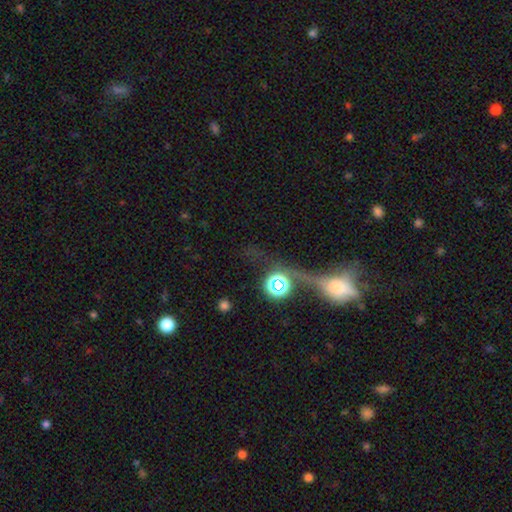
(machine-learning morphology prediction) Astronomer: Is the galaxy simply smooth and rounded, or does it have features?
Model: smooth — 35% (runner-up: star or artifact, 34%).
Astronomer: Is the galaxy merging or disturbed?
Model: none — 47% (runner-up: merger, 25%).